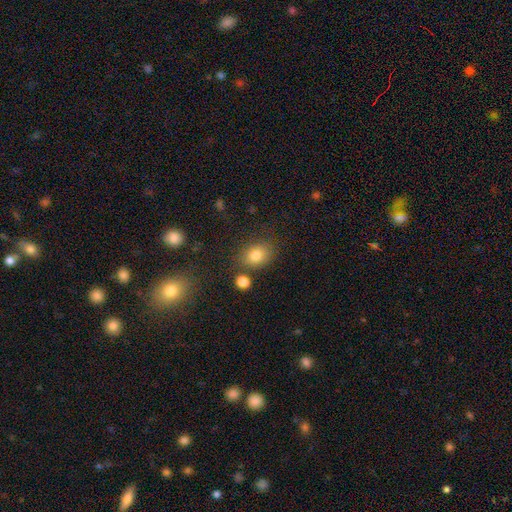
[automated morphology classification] smooth 80%, star or artifact 12%, featured or disk 9%. Down the decision tree: how rounded — in between (60%); merging — none (73%).